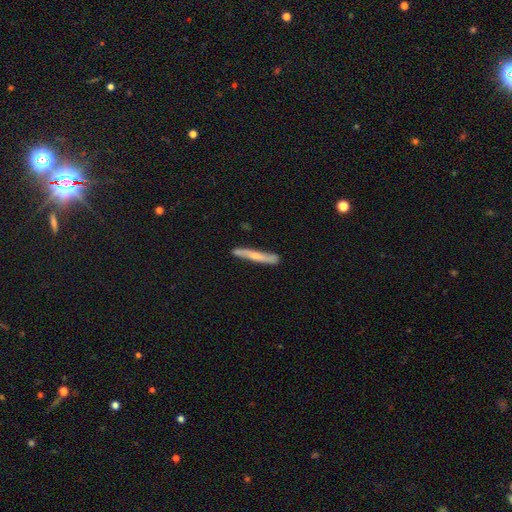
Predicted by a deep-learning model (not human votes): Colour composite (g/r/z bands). It shows a featured or disk galaxy (49%). Merging: none (81%).